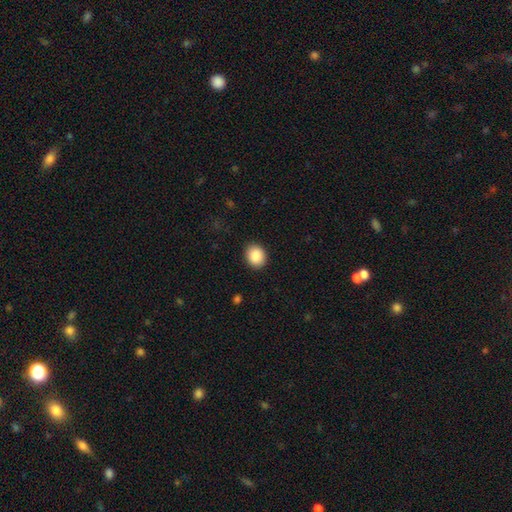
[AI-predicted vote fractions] This appears to be a smooth galaxy with no disk features (88%) that is round (61%). Merging: none (90%).